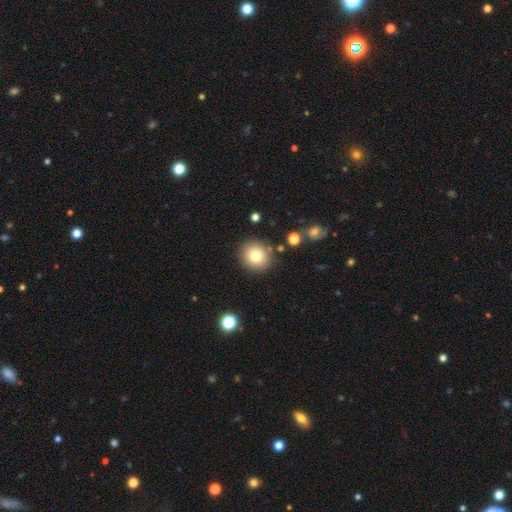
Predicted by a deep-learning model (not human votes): Overall: smooth (79%). How rounded: round (87%). Merging: none (86%).